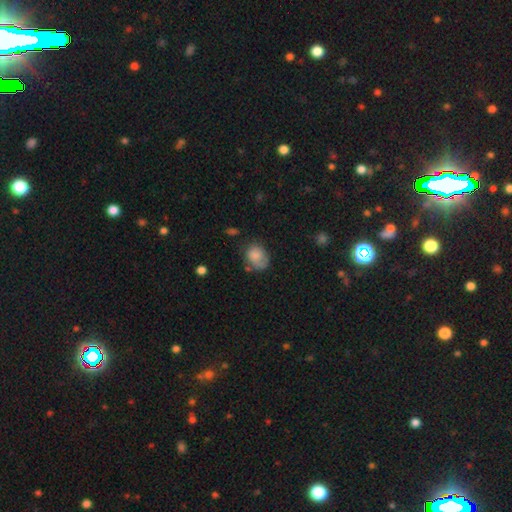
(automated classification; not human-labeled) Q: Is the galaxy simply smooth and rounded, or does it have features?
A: smooth — 75%.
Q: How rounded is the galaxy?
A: in between — 53%.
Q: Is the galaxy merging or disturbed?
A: none — 49%.